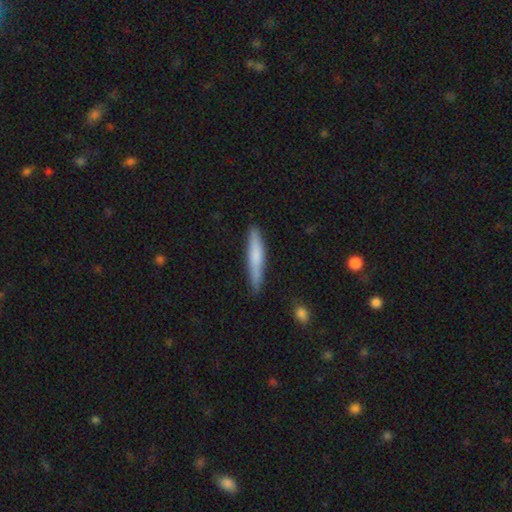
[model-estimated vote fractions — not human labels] smooth_or_featured: smooth (p=0.70) [alt: featured or disk p=0.25]
how_rounded: cigar-shaped (p=0.92) [alt: in between p=0.07]
merging: none (p=0.82) [alt: minor disturbance p=0.14]